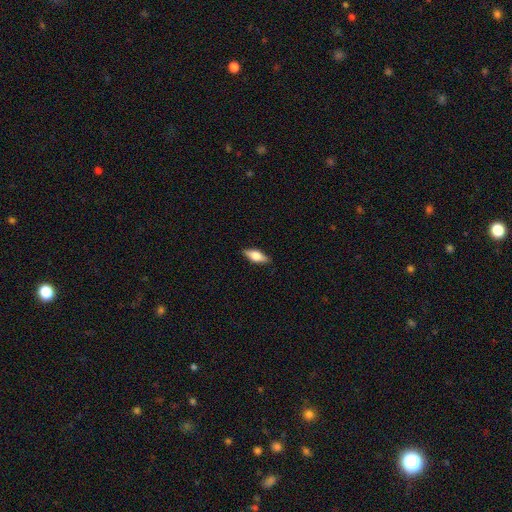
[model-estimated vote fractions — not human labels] smooth 58%, featured or disk 36%, star or artifact 7%. Down the decision tree: how rounded — in between (72%); merging — none (86%).